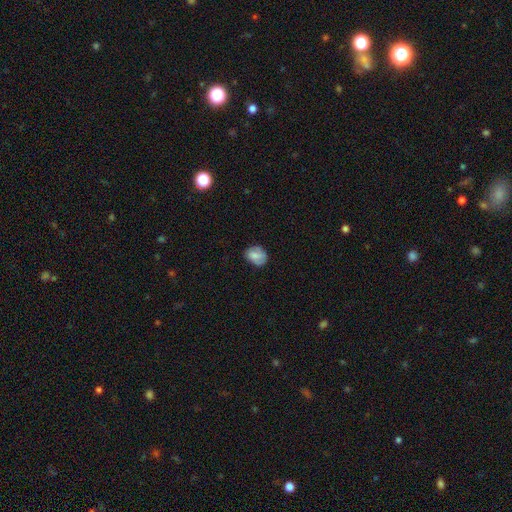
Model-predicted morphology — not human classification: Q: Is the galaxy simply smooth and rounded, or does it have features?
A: smooth — 72%.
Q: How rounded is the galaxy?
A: in between — 56%.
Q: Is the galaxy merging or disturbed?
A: none — 67%.